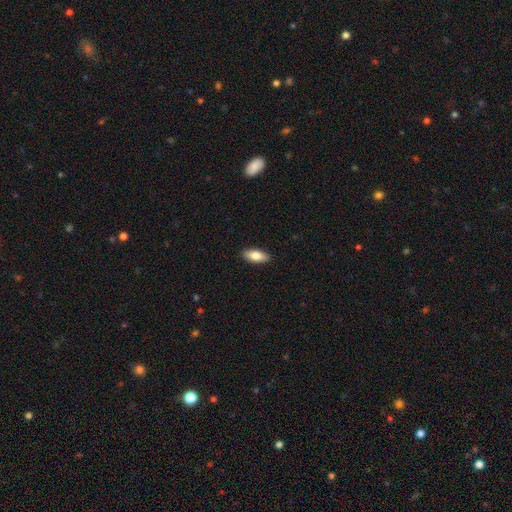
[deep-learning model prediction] This is clearly a smooth galaxy (81%). How rounded: clearly in between (82%). Merging: clearly none (90%).